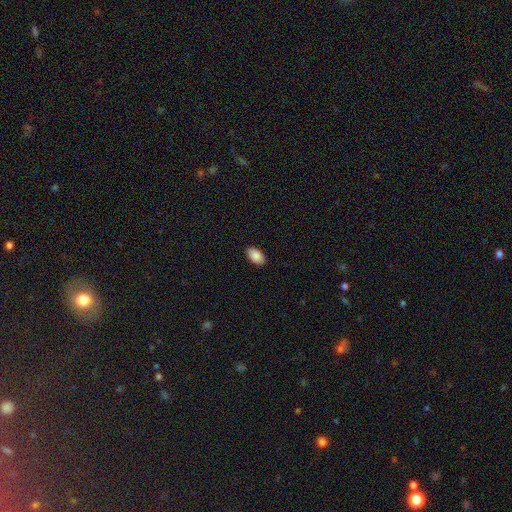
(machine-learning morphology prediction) smooth-or-featured: smooth: 90% | star or artifact: 7% | featured or disk: 4%
  how-rounded: in between: 94% | round: 4% | cigar-shaped: 1%
  merging: none: 89% | minor disturbance: 8% | major disturbance: 2% | merger: 1%